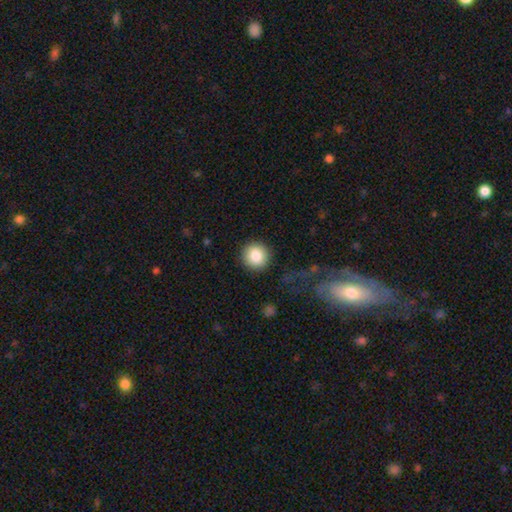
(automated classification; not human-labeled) A smooth galaxy with no disk features (86%) that is round (94%).

Vote fractions:
- Smooth or featured? smooth: 86% / star or artifact: 8% / featured or disk: 6%
- How rounded? round: 94% / in between: 5% / cigar-shaped: 1%
- Merging? none: 89% / minor disturbance: 7% / major disturbance: 3% / merger: 1%